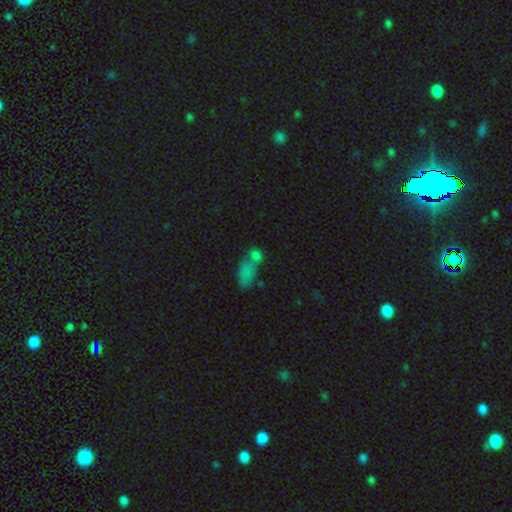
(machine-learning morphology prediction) Q: Smooth or featured?
A: smooth (55%); runner-up: star or artifact (34%)
Q: How rounded?
A: in between (66%); runner-up: round (24%)
Q: Merging?
A: none (44%); runner-up: merger (37%)